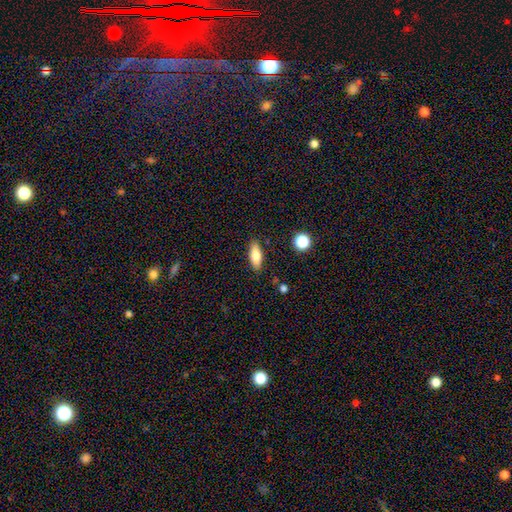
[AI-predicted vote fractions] The model was most divided on "how rounded": in between: 68%, cigar-shaped: 29%, round: 3%. More confident: merging — none (87%); smooth or featured — smooth (77%).